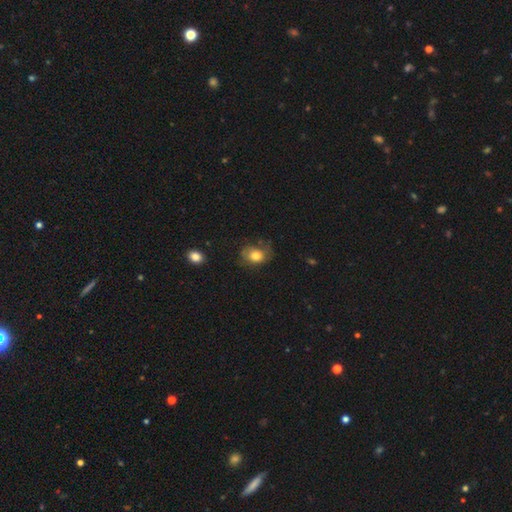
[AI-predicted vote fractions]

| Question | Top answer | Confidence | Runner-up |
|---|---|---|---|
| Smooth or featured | smooth | 76% | featured or disk (15%) |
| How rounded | in between | 55% | round (44%) |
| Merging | none | 53% | minor disturbance (29%) |